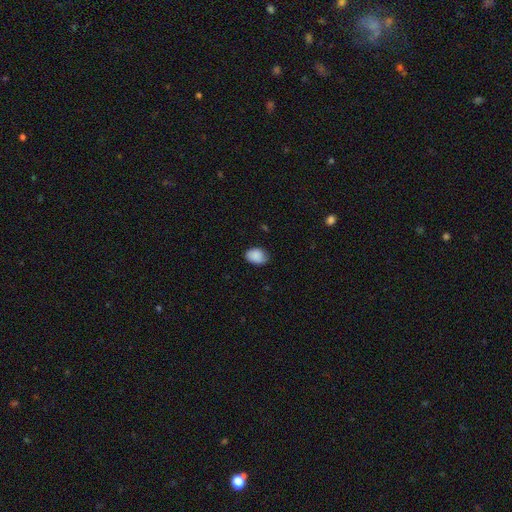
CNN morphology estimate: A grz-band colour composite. It shows a smooth galaxy with no disk features (88%) that is in between round and cigar-shaped (75%). Merging: none (74%).